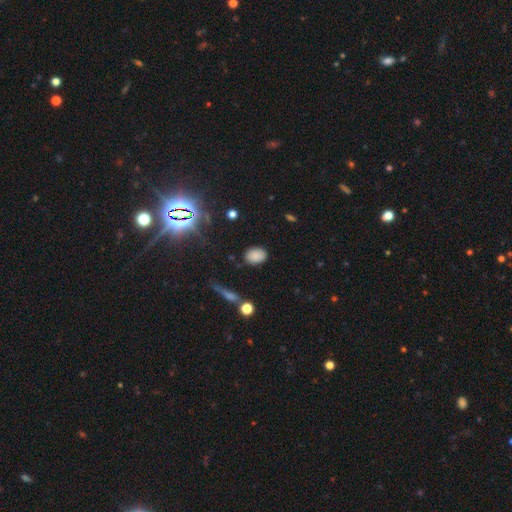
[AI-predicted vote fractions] smooth-or-featured: smooth: 81% | star or artifact: 14% | featured or disk: 6%
  how-rounded: in between: 78% | round: 21% | cigar-shaped: 2%
  merging: none: 81% | minor disturbance: 13% | major disturbance: 4% | merger: 3%